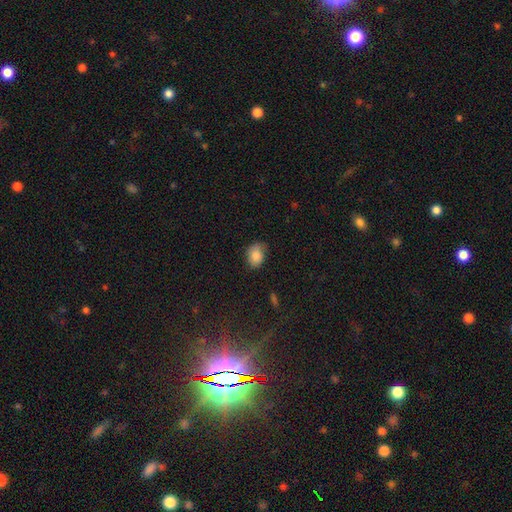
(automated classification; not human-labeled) Smooth or featured? smooth (85%)
How rounded? in between (69%)
Merging? none (67%)